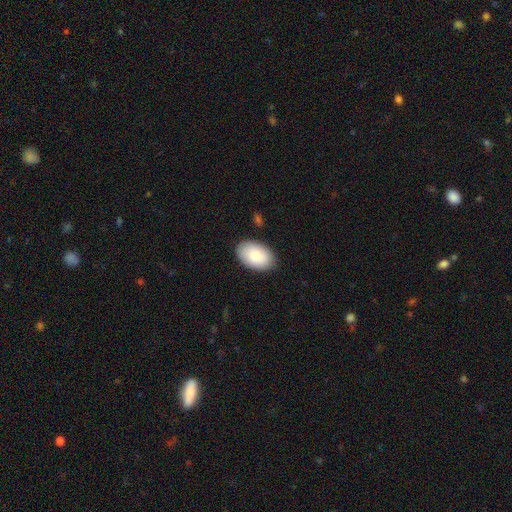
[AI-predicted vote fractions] Smooth or featured? smooth (85%)
How rounded? in between (92%)
Merging? none (87%)